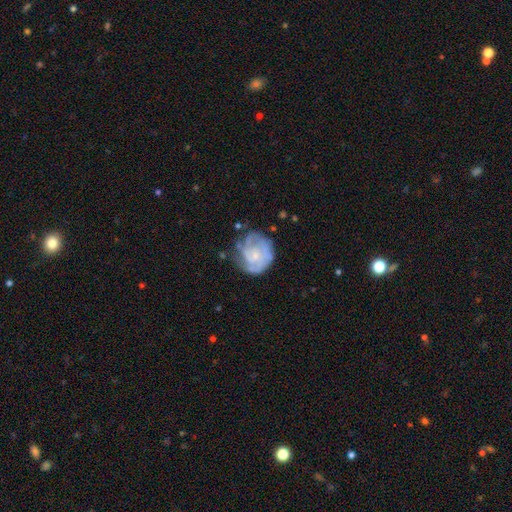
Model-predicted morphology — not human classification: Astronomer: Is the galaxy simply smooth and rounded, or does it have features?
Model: featured or disk — 72%.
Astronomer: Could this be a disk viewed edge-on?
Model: no — 98%.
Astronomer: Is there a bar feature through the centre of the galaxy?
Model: no — 79%.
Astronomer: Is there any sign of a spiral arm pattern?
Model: yes — 78%.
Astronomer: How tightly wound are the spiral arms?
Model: tight — 56% (runner-up: medium, 31%).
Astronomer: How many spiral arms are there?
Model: can't tell — 43% (runner-up: 3, 20%).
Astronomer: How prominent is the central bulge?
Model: small — 69%.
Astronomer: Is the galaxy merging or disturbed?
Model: none — 55%.